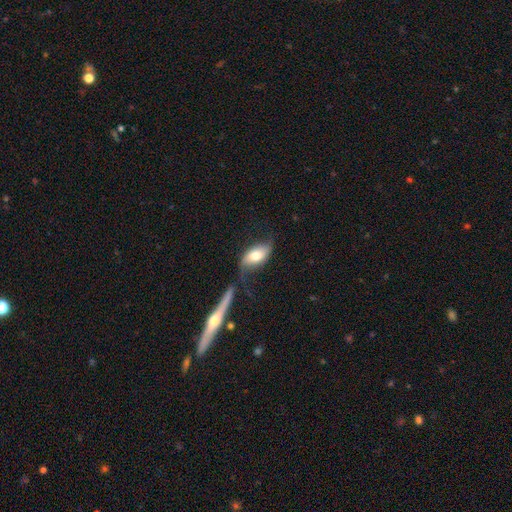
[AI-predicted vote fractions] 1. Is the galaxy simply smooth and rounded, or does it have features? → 59% smooth, 35% featured or disk, 7% star or artifact.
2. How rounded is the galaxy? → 89% in between, 6% cigar-shaped, 5% round.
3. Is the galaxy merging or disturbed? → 42% none, 22% minor disturbance, 20% merger, 17% major disturbance.